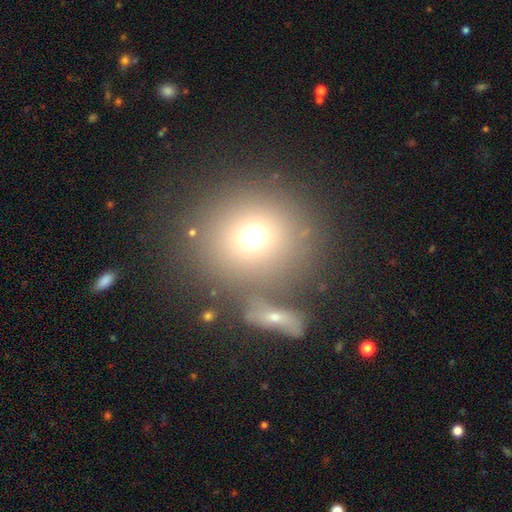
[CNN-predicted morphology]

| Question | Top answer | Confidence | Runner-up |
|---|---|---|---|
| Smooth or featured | smooth | 61% | star or artifact (25%) |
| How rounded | round | 86% | in between (13%) |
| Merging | none | 73% | merger (13%) |